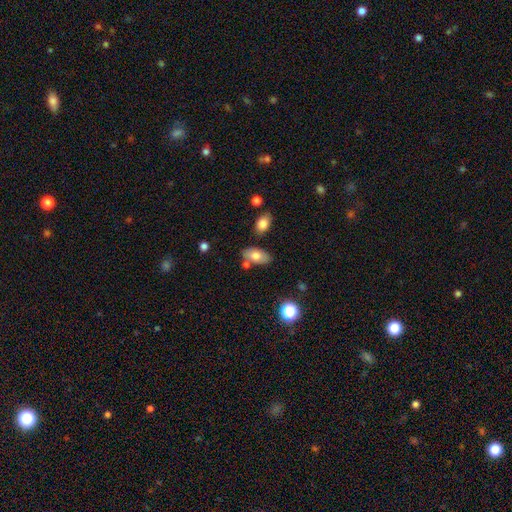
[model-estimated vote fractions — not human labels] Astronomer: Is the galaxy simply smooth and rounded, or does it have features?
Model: smooth — 74%.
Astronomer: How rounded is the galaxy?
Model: in between — 92%.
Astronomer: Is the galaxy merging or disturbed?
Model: none — 70%.